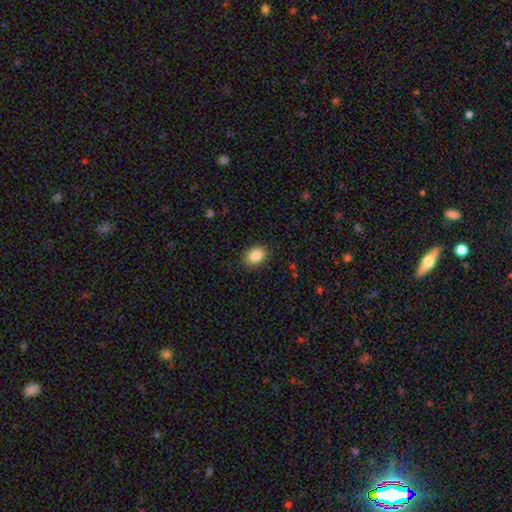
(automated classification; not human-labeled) Smooth or featured: smooth — 87% (star or artifact — 8%)
How rounded: in between — 75% (round — 24%)
Merging: none — 86% (minor disturbance — 10%)